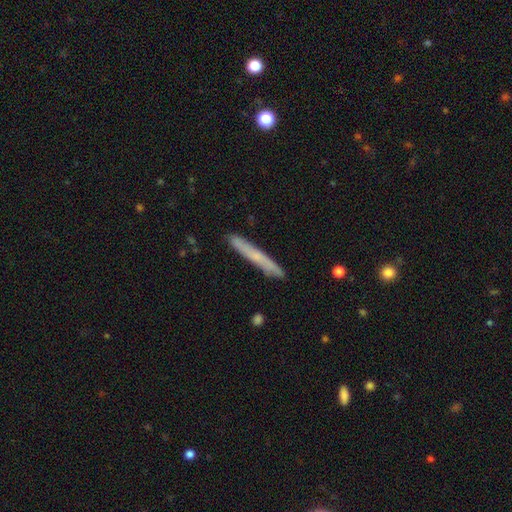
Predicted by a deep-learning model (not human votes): The model was most divided on "smooth or featured": smooth: 54%, featured or disk: 39%, star or artifact: 7%. More confident: how rounded — cigar-shaped (96%); merging — none (88%).